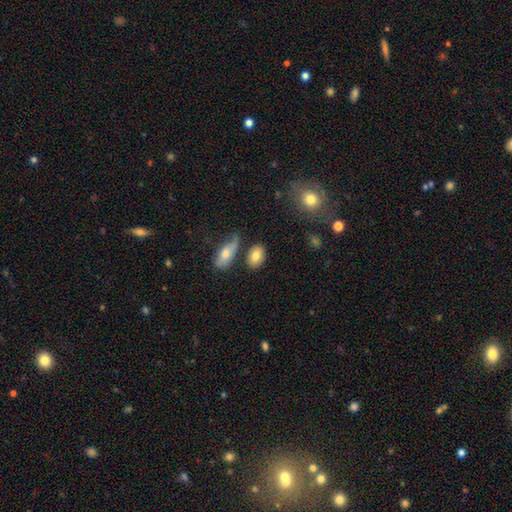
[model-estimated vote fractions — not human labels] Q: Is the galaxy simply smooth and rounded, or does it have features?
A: smooth — 78%.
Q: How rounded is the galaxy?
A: in between — 87%.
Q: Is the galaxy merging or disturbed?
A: none — 68%.